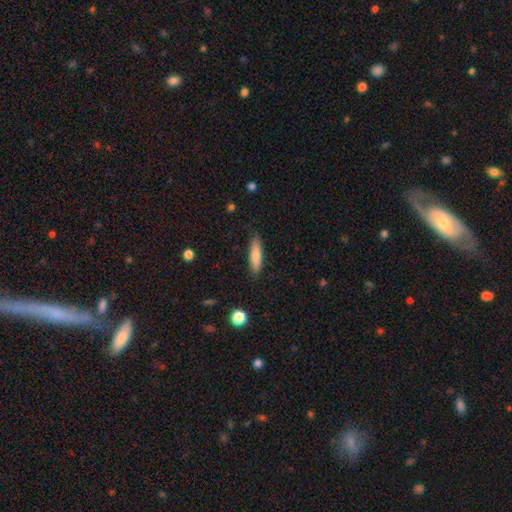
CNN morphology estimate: smooth 79%, featured or disk 15%, star or artifact 6%. Down the decision tree: how rounded — cigar-shaped (74%); merging — none (84%).